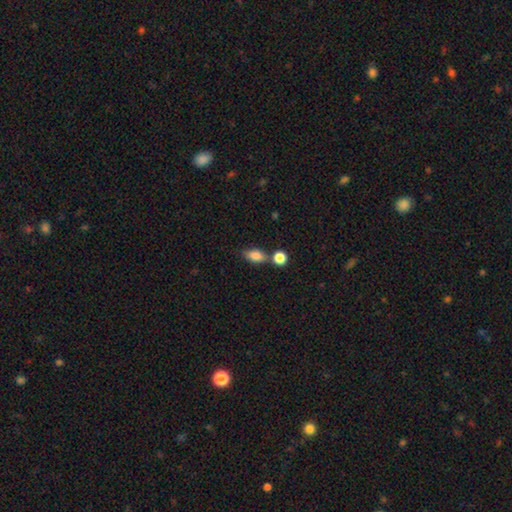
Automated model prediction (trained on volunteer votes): Smooth or featured: smooth — 84% (star or artifact — 9%)
How rounded: in between — 81% (round — 13%)
Merging: none — 61% (merger — 20%)